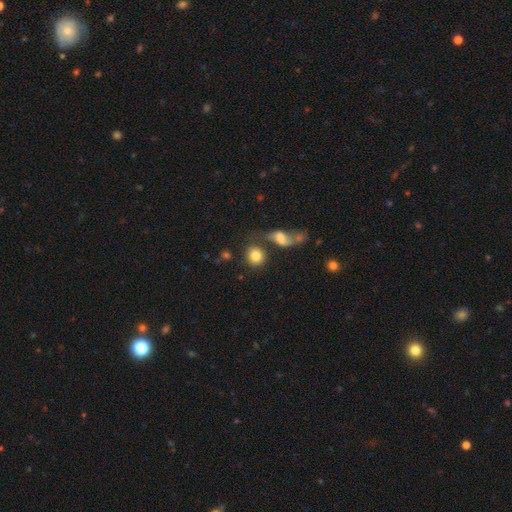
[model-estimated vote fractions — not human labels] smooth 82%, featured or disk 9%, star or artifact 8%. Down the decision tree: how rounded — round (80%); merging — none (61%).